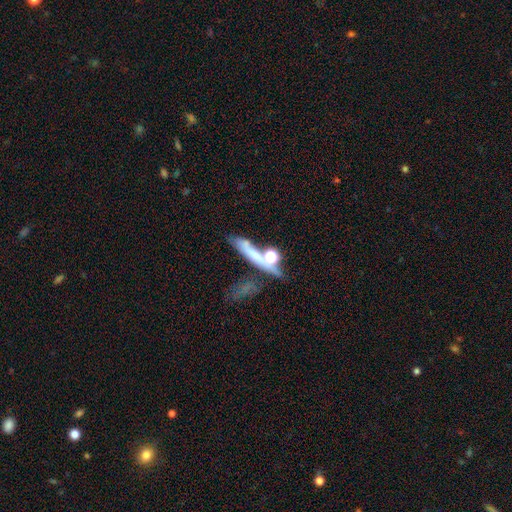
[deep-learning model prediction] Q: Smooth or featured?
A: smooth (53%); runner-up: featured or disk (28%)
Q: How rounded?
A: cigar-shaped (60%); runner-up: round (21%)
Q: Merging?
A: none (47%); runner-up: merger (25%)